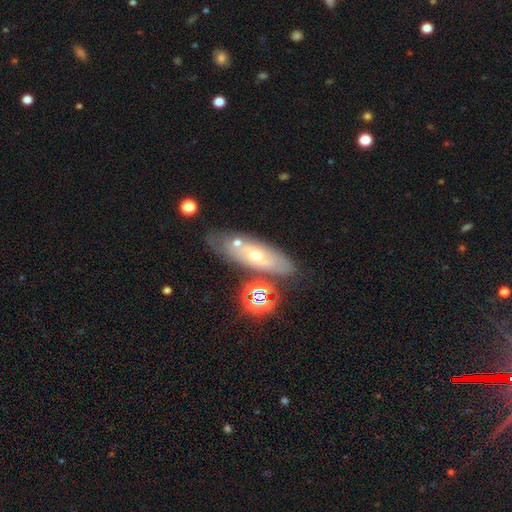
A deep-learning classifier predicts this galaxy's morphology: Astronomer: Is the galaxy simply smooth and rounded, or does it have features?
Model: featured or disk — 52% (runner-up: smooth, 33%).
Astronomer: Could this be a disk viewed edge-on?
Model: no — 69%.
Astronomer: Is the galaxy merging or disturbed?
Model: none — 70%.